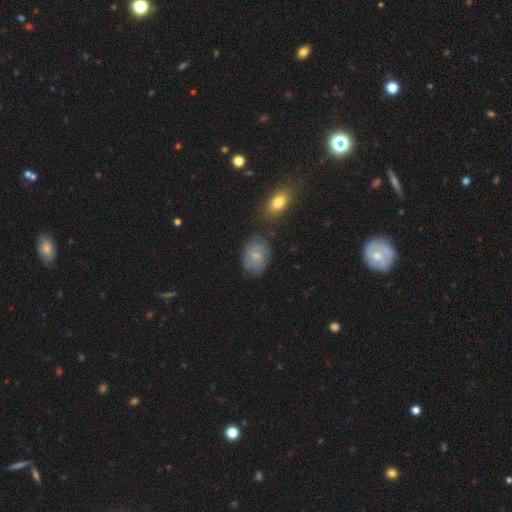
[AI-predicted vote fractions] A smooth galaxy with no disk features (50%) that is in between round and cigar-shaped (76%).

Vote fractions:
- Smooth or featured? smooth: 50% / featured or disk: 40% / star or artifact: 9%
- How rounded? in between: 76% / round: 22% / cigar-shaped: 1%
- Merging? none: 67% / minor disturbance: 22% / major disturbance: 6% / merger: 5%